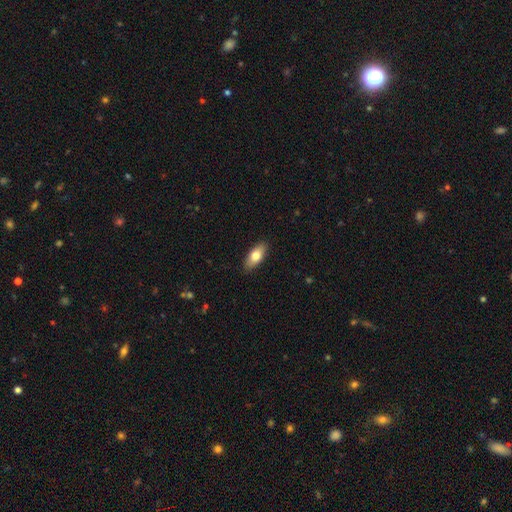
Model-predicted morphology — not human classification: This appears to be a smooth galaxy with no disk features (78%) that is in between round and cigar-shaped (83%). Merging: none (88%).